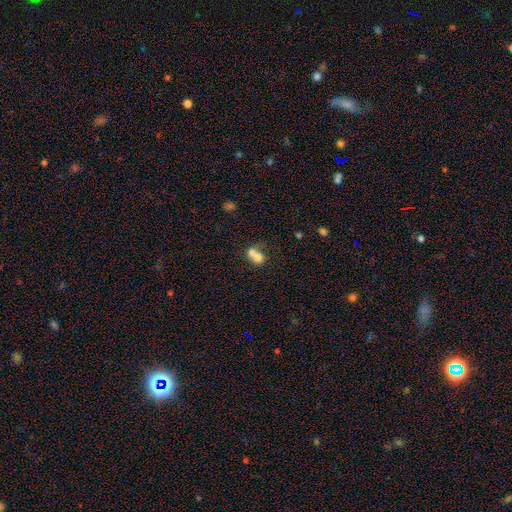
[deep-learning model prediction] The model was most divided on "how rounded": round: 57%, in between: 42%, cigar-shaped: 1%. More confident: merging — merger (71%); smooth or featured — smooth (69%).